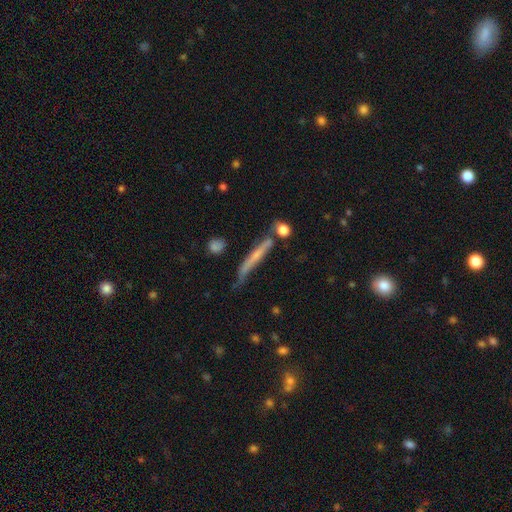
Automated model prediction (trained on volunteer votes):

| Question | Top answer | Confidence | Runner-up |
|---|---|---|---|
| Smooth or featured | featured or disk | 48% | smooth (43%) |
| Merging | none | 58% | minor disturbance (25%) |